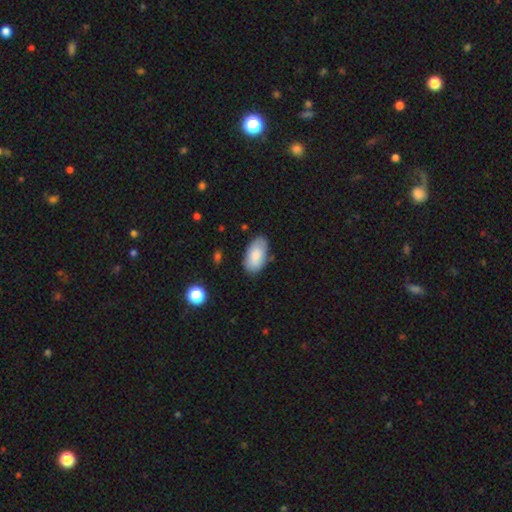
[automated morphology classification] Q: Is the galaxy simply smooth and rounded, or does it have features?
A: smooth — 82%.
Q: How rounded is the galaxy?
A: in between — 95%.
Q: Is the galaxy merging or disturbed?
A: none — 77%.